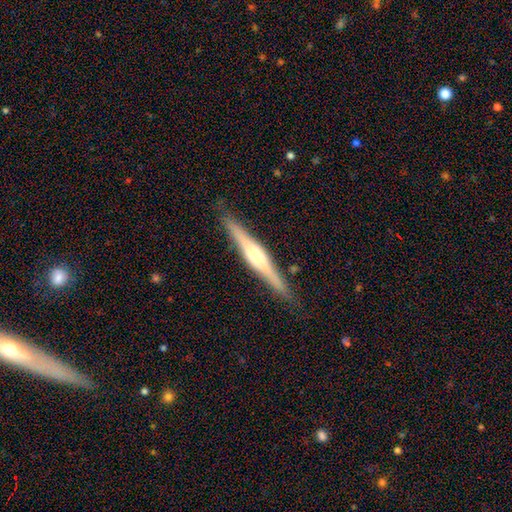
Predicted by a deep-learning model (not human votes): smooth-or-featured: featured or disk: 69% | smooth: 25% | star or artifact: 6%
  disk-edge-on: yes: 97% | no: 3%
    edge-on-bulge: rounded: 77% | boxy: 15% | none: 8%
  merging: none: 87% | minor disturbance: 10% | major disturbance: 2% | merger: 1%